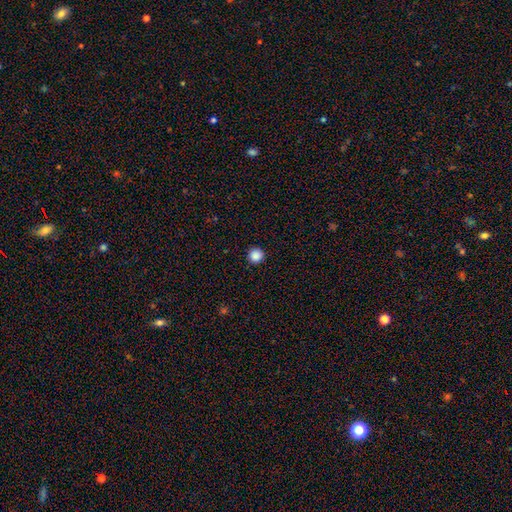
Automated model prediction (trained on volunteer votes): A smooth galaxy with no disk features (88%) that is round (96%).

Vote fractions:
- Smooth or featured? smooth: 88% / star or artifact: 10% / featured or disk: 2%
- How rounded? round: 96% / in between: 3% / cigar-shaped: 1%
- Merging? none: 93% / minor disturbance: 4% / major disturbance: 2% / merger: 1%